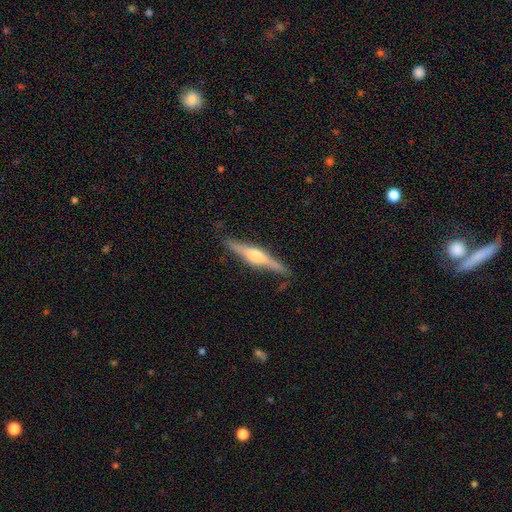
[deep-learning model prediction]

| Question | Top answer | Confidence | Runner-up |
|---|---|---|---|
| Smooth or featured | featured or disk | 71% | smooth (23%) |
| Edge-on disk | yes | 97% | no (3%) |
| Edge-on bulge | rounded | 74% | boxy (21%) |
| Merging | none | 85% | minor disturbance (11%) |